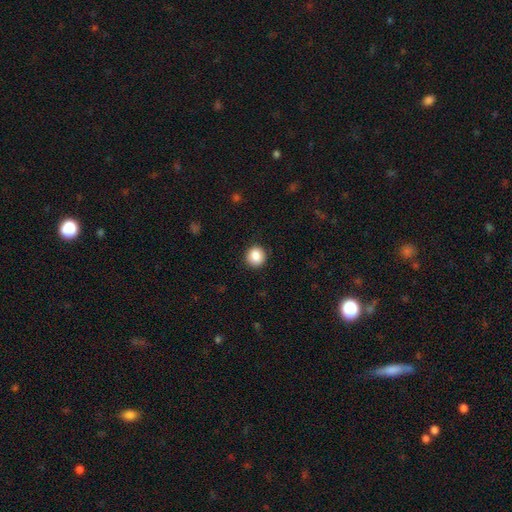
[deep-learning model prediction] smooth-or-featured: smooth: 87% | star or artifact: 9% | featured or disk: 4%
  how-rounded: round: 90% | in between: 10% | cigar-shaped: 1%
  merging: none: 90% | minor disturbance: 7% | major disturbance: 2% | merger: 1%